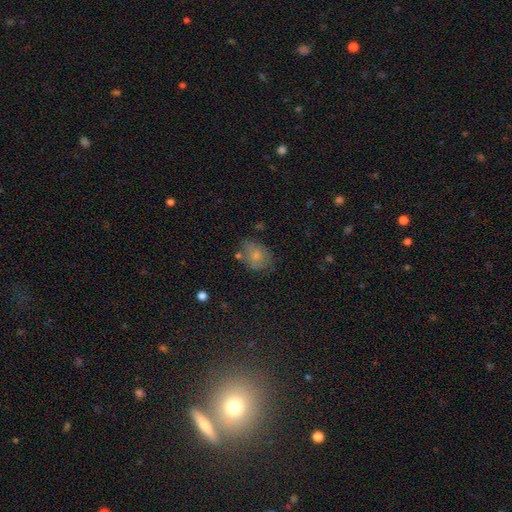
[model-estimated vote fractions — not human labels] Smooth or featured: smooth — 70% (featured or disk — 19%)
How rounded: in between — 58% (round — 41%)
Merging: none — 57% (minor disturbance — 26%)